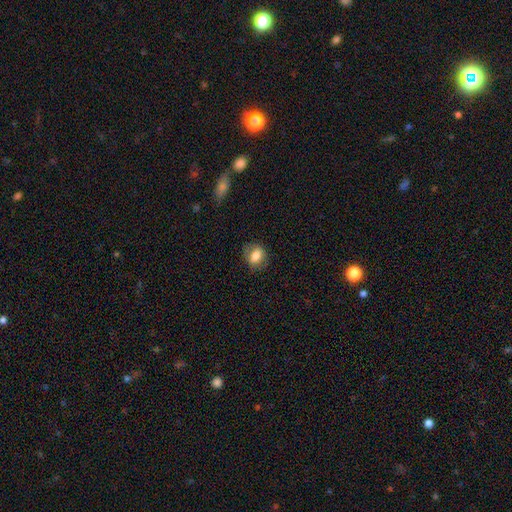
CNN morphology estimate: Overall: smooth (74%). How rounded: in between (64%; round 34%). Merging: none (75%).